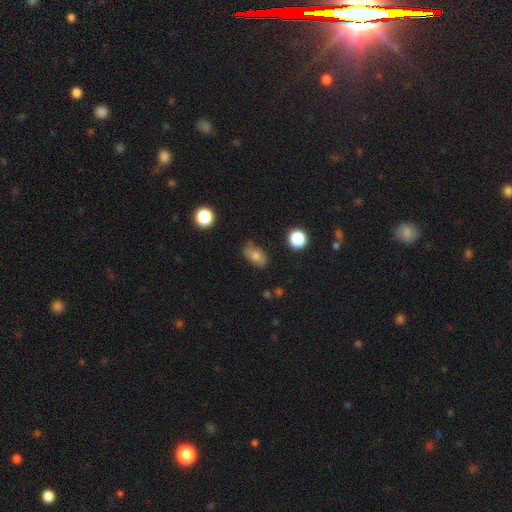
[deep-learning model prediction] The model was most divided on "smooth or featured": smooth: 67%, featured or disk: 21%, star or artifact: 12%. More confident: how rounded — in between (85%); merging — none (71%).